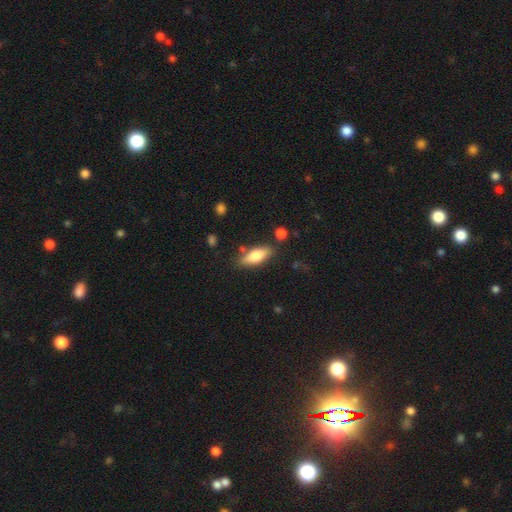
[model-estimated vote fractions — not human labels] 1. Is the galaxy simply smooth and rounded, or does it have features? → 69% smooth, 25% featured or disk, 6% star or artifact.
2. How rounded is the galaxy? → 66% in between, 32% cigar-shaped, 3% round.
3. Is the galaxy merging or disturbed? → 79% none, 13% minor disturbance, 5% merger, 3% major disturbance.